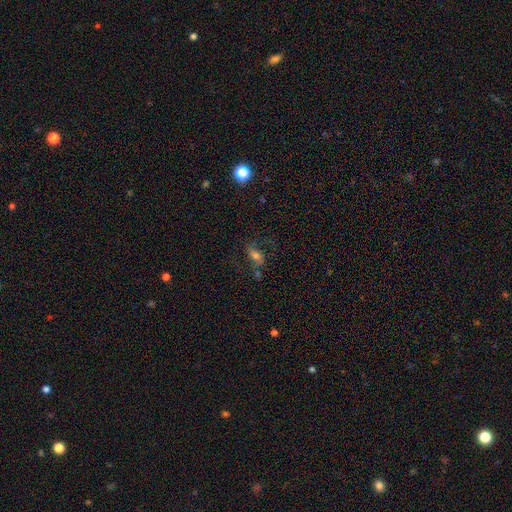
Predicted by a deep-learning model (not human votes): This appears to be a smooth galaxy with no disk features (45%). Merging: none (56%).